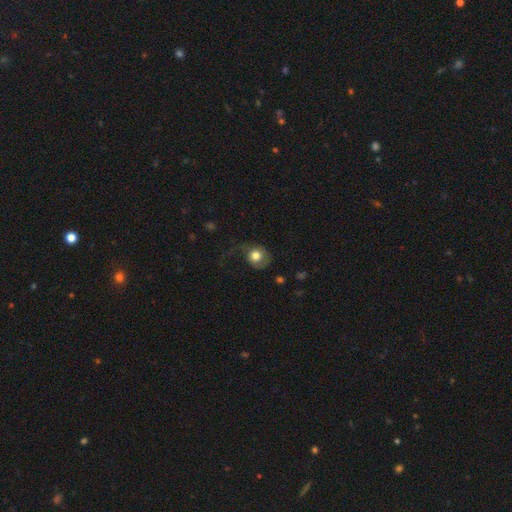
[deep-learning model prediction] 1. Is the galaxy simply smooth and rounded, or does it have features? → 73% smooth, 18% featured or disk, 9% star or artifact.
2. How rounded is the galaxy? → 77% round, 22% in between, 1% cigar-shaped.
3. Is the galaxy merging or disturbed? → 44% none, 30% major disturbance, 24% minor disturbance, 2% merger.